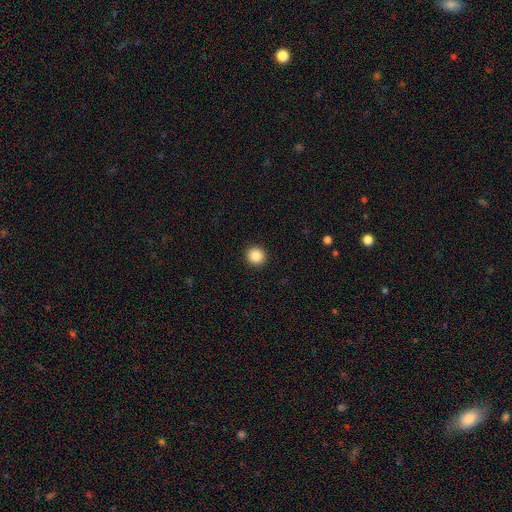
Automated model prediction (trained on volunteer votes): Smooth or featured?
  - smooth: 87% *
  - star or artifact: 9%
  - featured or disk: 3%
How rounded?
  - round: 91% *
  - in between: 8%
  - cigar-shaped: 1%
Merging?
  - none: 93% *
  - minor disturbance: 4%
  - major disturbance: 2%
  - merger: 1%